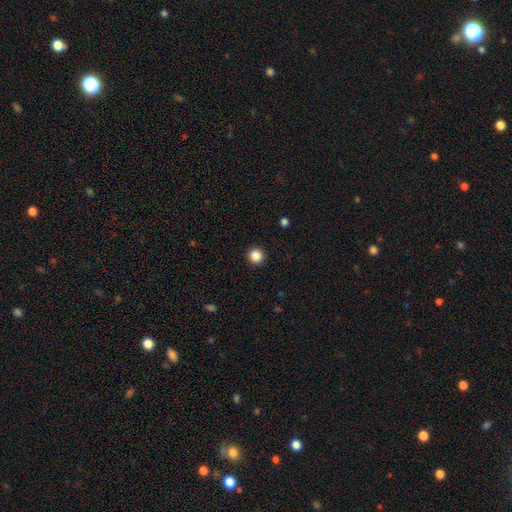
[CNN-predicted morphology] This is clearly a smooth galaxy (86%). How rounded: clearly round (95%). Merging: clearly none (93%).